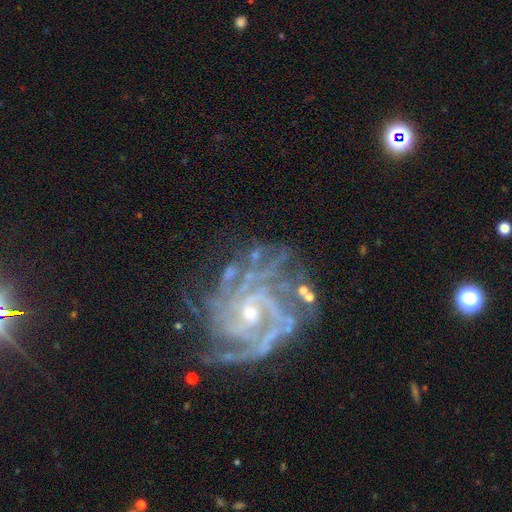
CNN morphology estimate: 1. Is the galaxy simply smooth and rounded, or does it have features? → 84% featured or disk, 10% star or artifact, 6% smooth.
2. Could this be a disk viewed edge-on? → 98% no, 2% yes.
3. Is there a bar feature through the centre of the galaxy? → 58% no, 28% weak, 14% strong.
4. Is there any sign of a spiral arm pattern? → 95% yes, 5% no.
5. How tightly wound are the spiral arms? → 60% tight, 32% medium, 7% loose.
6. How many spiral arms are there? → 23% can't tell, 20% 3, 19% 4, 17% more than 4, 13% 2, 8% 1.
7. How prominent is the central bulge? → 61% small, 33% moderate, 3% none, 2% large, 1% dominant.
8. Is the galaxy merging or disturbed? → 58% none, 19% minor disturbance, 19% major disturbance, 5% merger.